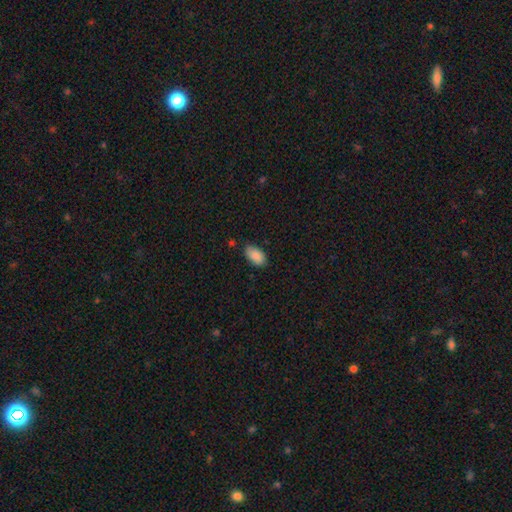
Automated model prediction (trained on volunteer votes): Smooth or featured?
  - smooth: 89% *
  - star or artifact: 7%
  - featured or disk: 4%
How rounded?
  - in between: 95% *
  - round: 4%
  - cigar-shaped: 2%
Merging?
  - none: 80% *
  - minor disturbance: 16%
  - major disturbance: 3%
  - merger: 2%